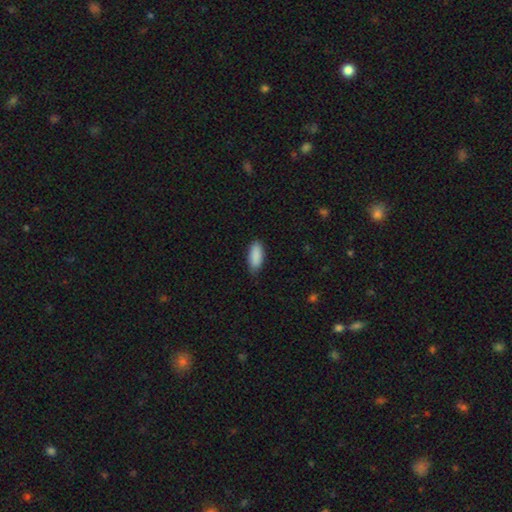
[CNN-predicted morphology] Smooth or featured? smooth (90%)
How rounded? in between (82%)
Merging? none (80%)